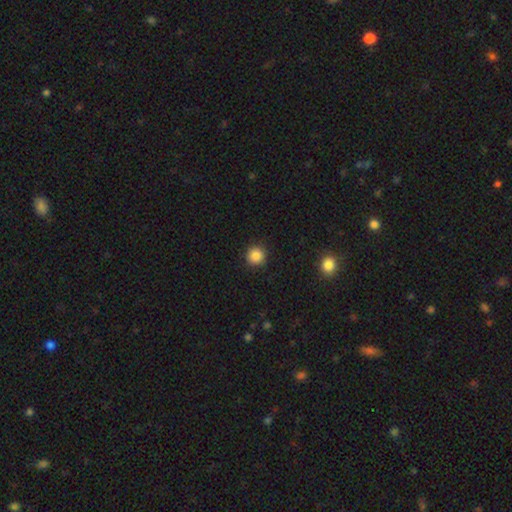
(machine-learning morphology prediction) smooth-or-featured: smooth: 87% | star or artifact: 10% | featured or disk: 3%
  how-rounded: round: 95% | in between: 4% | cigar-shaped: 1%
  merging: none: 92% | minor disturbance: 5% | major disturbance: 2% | merger: 1%